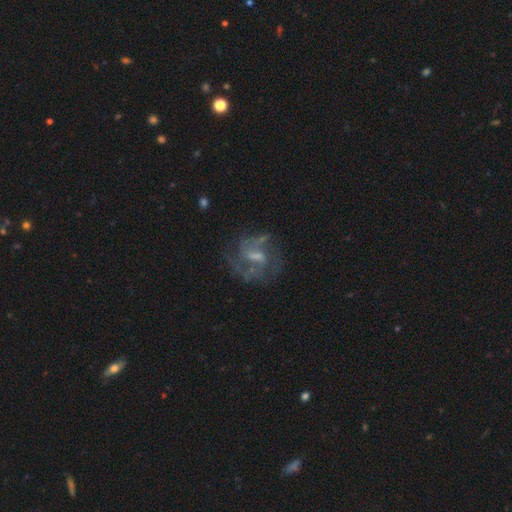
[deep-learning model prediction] smooth_or_featured: featured or disk (p=0.74) [alt: smooth p=0.15]
disk_edge_on: no (p=0.96) [alt: yes p=0.04]
bar: weak (p=0.53) [alt: no p=0.27]
has_spiral_arms: yes (p=0.80) [alt: no p=0.20]
spiral_winding: medium (p=0.47) [alt: tight p=0.28]
spiral_arm_count: 2 (p=0.42) [alt: can't tell p=0.31]
bulge_size: small (p=0.35) [alt: moderate p=0.33]
merging: none (p=0.61) [alt: major disturbance p=0.18]